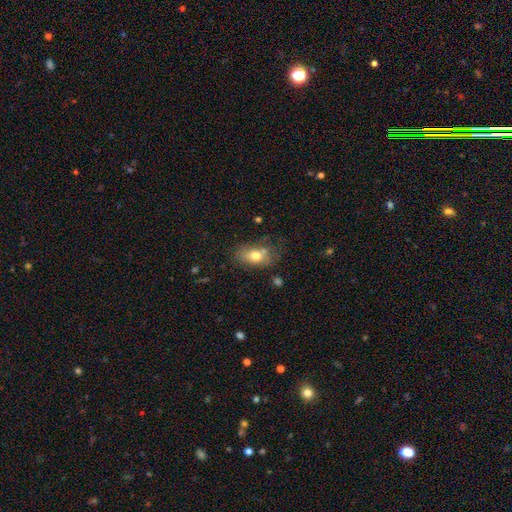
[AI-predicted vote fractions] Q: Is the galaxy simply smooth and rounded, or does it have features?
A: smooth — 73%.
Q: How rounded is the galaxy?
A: in between — 82%.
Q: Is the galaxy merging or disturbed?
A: none — 58%.